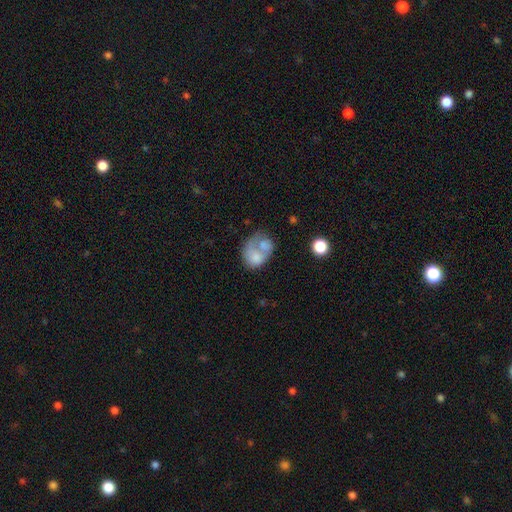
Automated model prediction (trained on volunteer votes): Morphology: type=smooth (60%); roundness=in between (55%); merging=merger (56%).